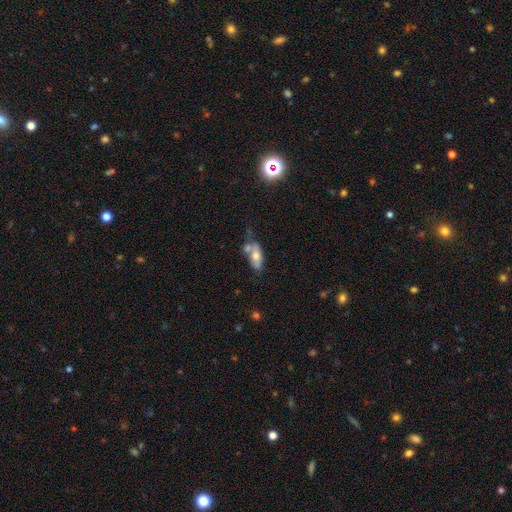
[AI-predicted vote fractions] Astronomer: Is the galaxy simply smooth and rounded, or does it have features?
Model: smooth — 60%.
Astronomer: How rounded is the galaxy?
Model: in between — 80%.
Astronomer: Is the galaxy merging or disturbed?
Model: merger — 36% (runner-up: none, 34%).